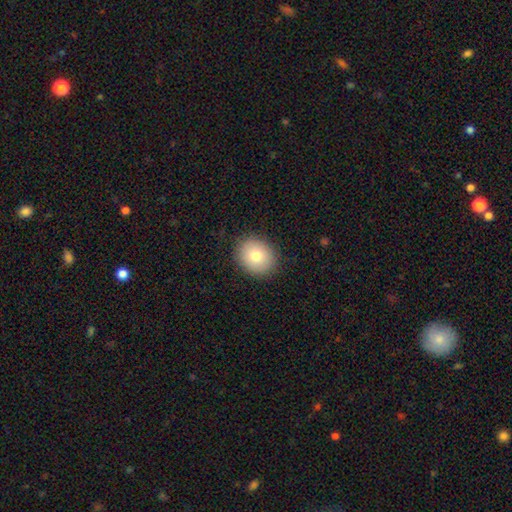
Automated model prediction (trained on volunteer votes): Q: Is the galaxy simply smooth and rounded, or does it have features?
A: smooth — 79%.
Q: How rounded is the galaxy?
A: round — 72%.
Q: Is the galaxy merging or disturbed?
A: none — 89%.